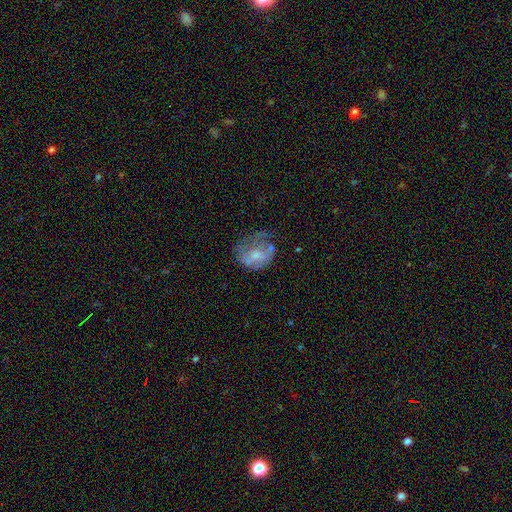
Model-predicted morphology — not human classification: The model was most divided on "merging": major disturbance: 35%, none: 34%, minor disturbance: 25%, merger: 5%. Remaining: smooth or featured — featured or disk (48%).